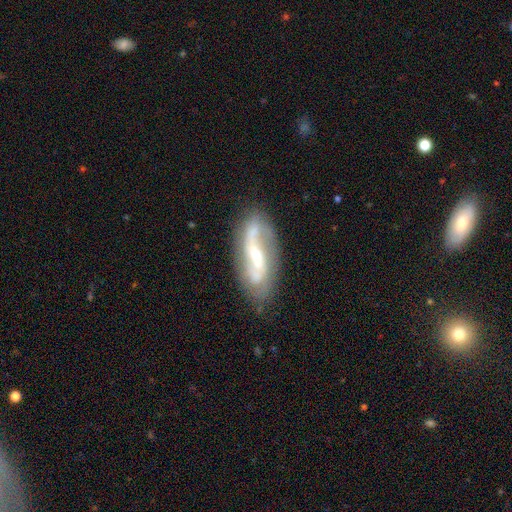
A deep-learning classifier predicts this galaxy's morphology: The model was most divided on "bulge size" (2-way tie): small: 42%, moderate: 42%, large: 7%, none: 7%, dominant: 2%. Remaining: edge-on disk — no (91%); spiral arms — yes (89%); spiral arm count — 2 (82%); smooth or featured — featured or disk (78%); merging — none (74%); spiral winding — loose (48%); bar — weak (42%).